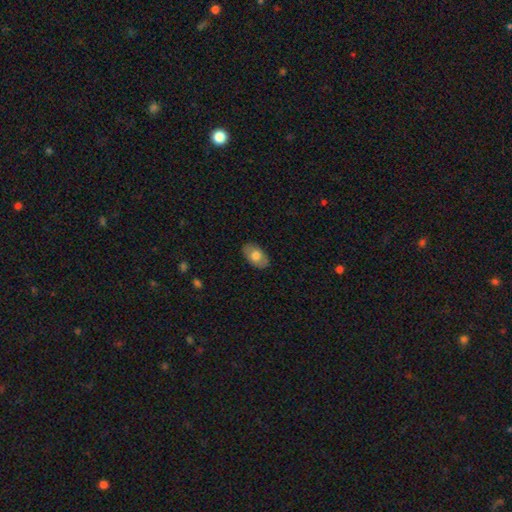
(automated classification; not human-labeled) A smooth galaxy with no disk features (73%) that is in between round and cigar-shaped (92%).

Vote fractions:
- Smooth or featured? smooth: 73% / featured or disk: 21% / star or artifact: 6%
- How rounded? in between: 92% / round: 7% / cigar-shaped: 1%
- Merging? none: 86% / minor disturbance: 11% / major disturbance: 2% / merger: 1%